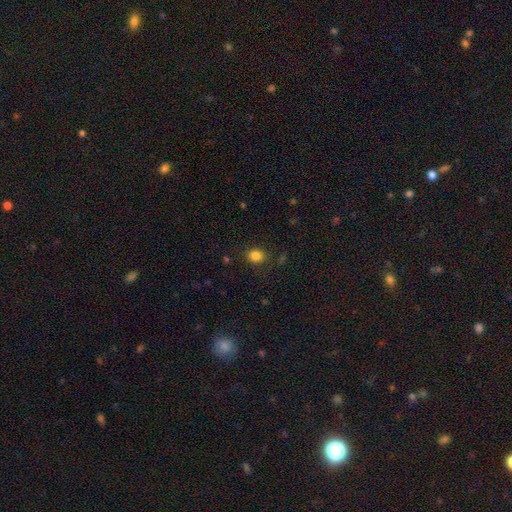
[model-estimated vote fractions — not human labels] Overall: smooth (84%). How rounded: round (52%; in between 47%). Merging: none (84%).